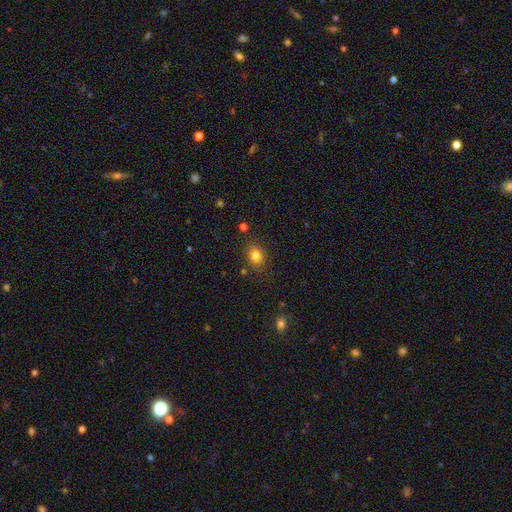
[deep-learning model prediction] smooth_or_featured: smooth (p=0.80) [alt: star or artifact p=0.13]
how_rounded: round (p=0.63) [alt: in between p=0.36]
merging: none (p=0.81) [alt: minor disturbance p=0.12]